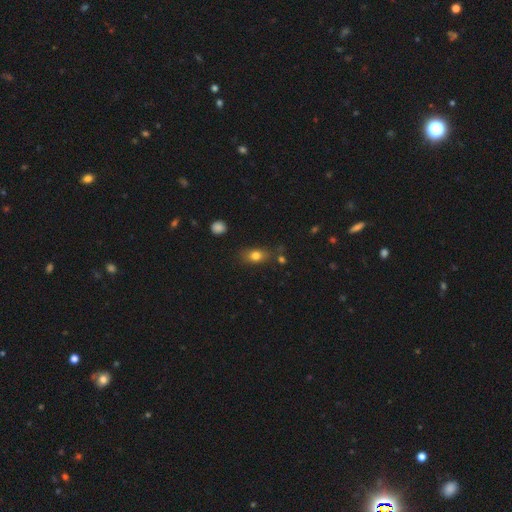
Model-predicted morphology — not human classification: smooth 77%, featured or disk 12%, star or artifact 11%. Down the decision tree: how rounded — in between (74%); merging — none (70%).